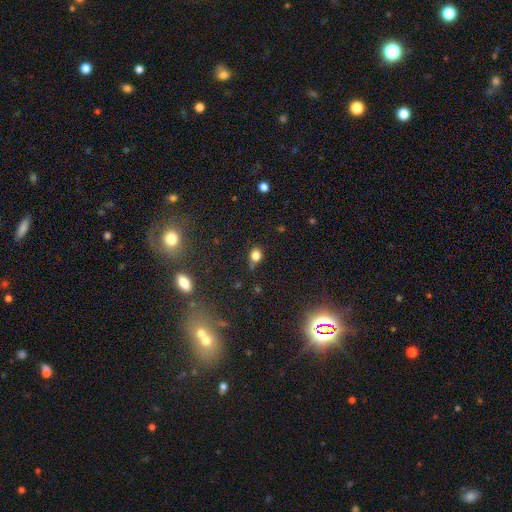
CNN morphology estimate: The model was most divided on "how rounded": round: 60%, in between: 38%, cigar-shaped: 2%. More confident: smooth or featured — smooth (80%); merging — none (63%).